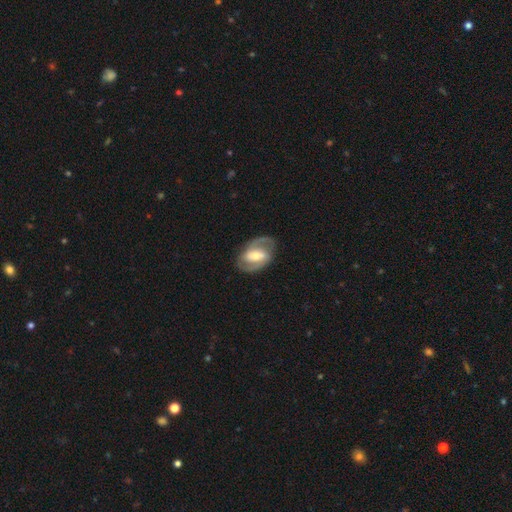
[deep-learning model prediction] featured or disk 80%, smooth 15%, star or artifact 5%. Down the decision tree: edge-on disk — no (96%); bar — strong (43%); spiral arms — yes (87%); spiral arm count — 2 (88%); spiral winding — medium (50%); bulge size — moderate (61%); merging — none (82%).